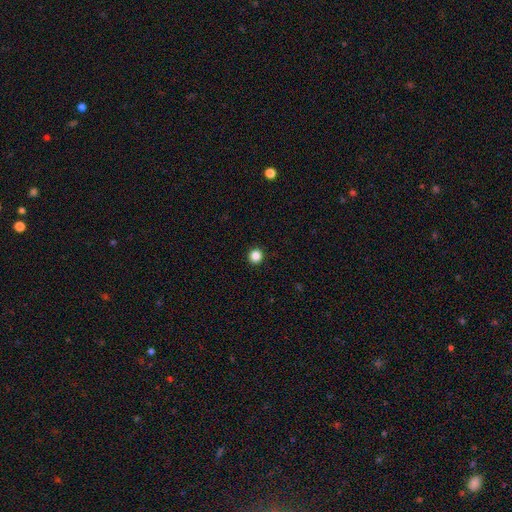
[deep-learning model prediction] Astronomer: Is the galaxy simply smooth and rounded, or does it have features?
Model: smooth — 86%.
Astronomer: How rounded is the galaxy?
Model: round — 95%.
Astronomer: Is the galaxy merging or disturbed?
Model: none — 94%.